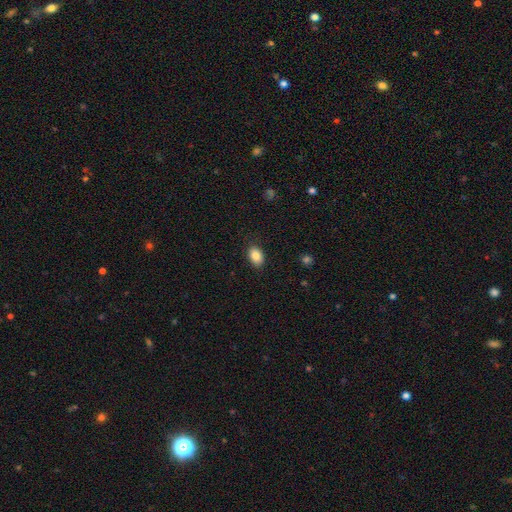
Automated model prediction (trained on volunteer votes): This appears to be a smooth galaxy with no disk features (85%) that is in between round and cigar-shaped (84%). Merging: none (86%).